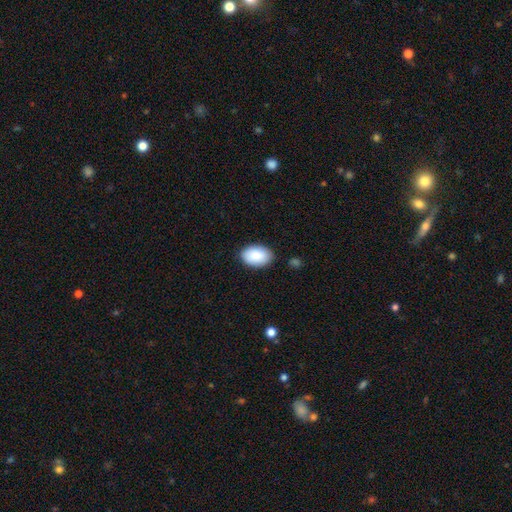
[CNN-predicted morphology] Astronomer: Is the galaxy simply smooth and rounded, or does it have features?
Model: smooth — 90%.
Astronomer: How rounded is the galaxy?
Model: in between — 90%.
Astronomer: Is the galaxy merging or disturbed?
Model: none — 86%.